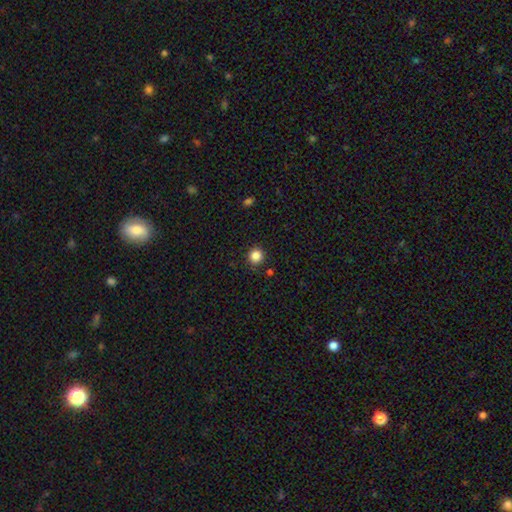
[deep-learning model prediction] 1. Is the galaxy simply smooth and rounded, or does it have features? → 85% smooth, 11% star or artifact, 4% featured or disk.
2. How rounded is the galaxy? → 94% round, 5% in between, 1% cigar-shaped.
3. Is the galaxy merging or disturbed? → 90% none, 6% minor disturbance, 2% major disturbance, 2% merger.